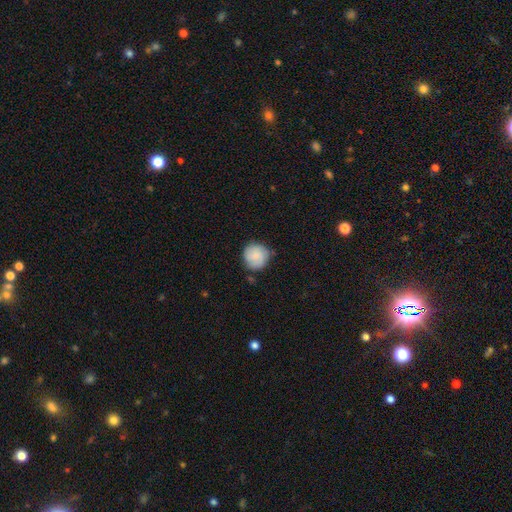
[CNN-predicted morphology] smooth-or-featured: smooth: 74% | featured or disk: 19% | star or artifact: 7%
  how-rounded: round: 91% | in between: 8% | cigar-shaped: 1%
  merging: none: 74% | minor disturbance: 20% | major disturbance: 4% | merger: 3%